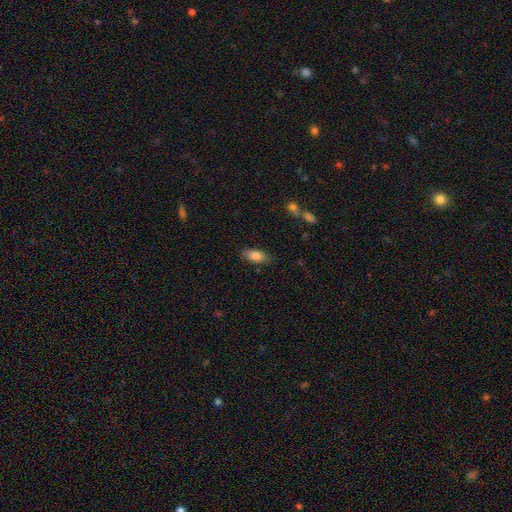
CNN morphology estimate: Overall: smooth (83%). How rounded: in between (88%). Merging: none (80%).